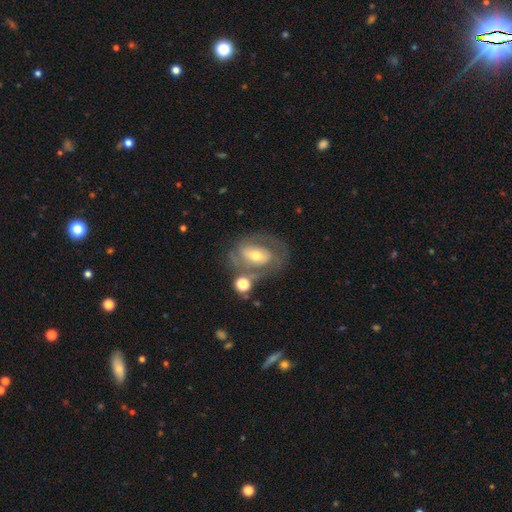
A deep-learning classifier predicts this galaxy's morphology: Smooth or featured? Predicted: featured or disk (p=0.68). Edge-on disk? Predicted: no (p=0.95). Bar? Predicted: no (p=0.42). Spiral arms? Predicted: yes (p=0.67). Bulge size? Predicted: moderate (p=0.58). Merging? Predicted: none (p=0.57).